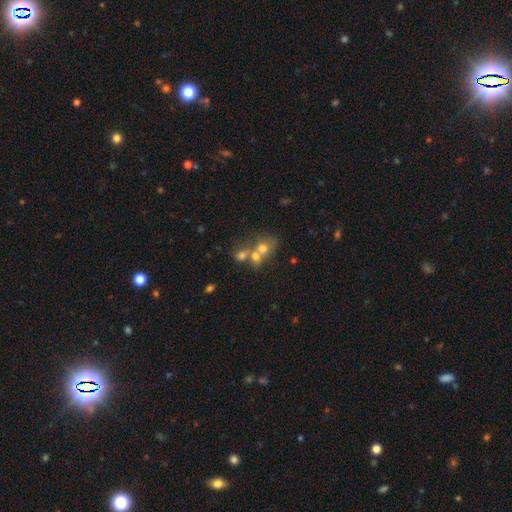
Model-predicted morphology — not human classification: A smooth galaxy with no disk features (52%) that is round (68%).

Vote fractions:
- Smooth or featured? smooth: 52% / featured or disk: 27% / star or artifact: 21%
- How rounded? round: 68% / in between: 31% / cigar-shaped: 2%
- Merging? merger: 60% / none: 29% / minor disturbance: 7% / major disturbance: 5%